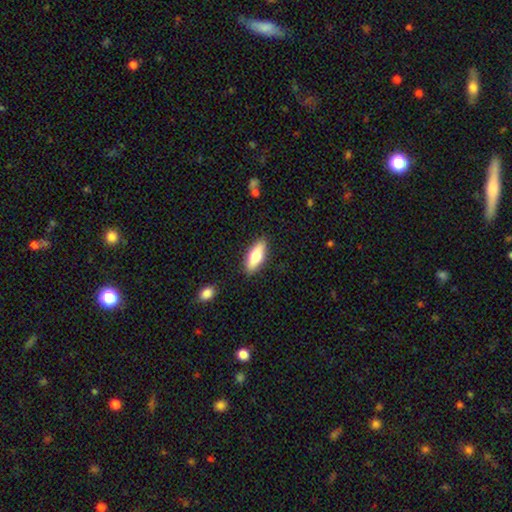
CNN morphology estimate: Smooth or featured: smooth — 72% (featured or disk — 22%)
How rounded: in between — 68% (cigar-shaped — 30%)
Merging: none — 87% (minor disturbance — 9%)